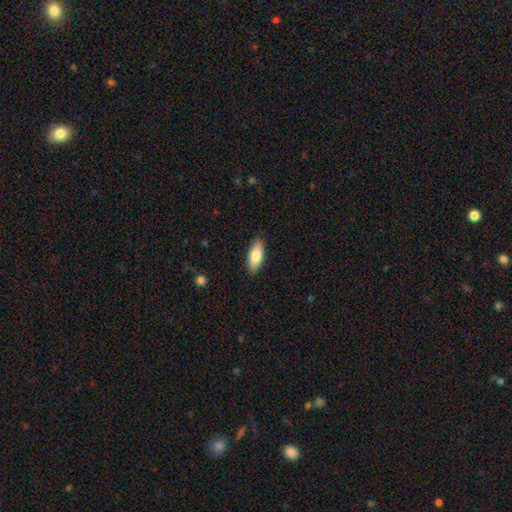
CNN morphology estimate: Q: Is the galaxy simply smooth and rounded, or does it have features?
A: smooth — 79%.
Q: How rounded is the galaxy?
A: in between — 80%.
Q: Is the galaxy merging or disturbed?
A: none — 88%.